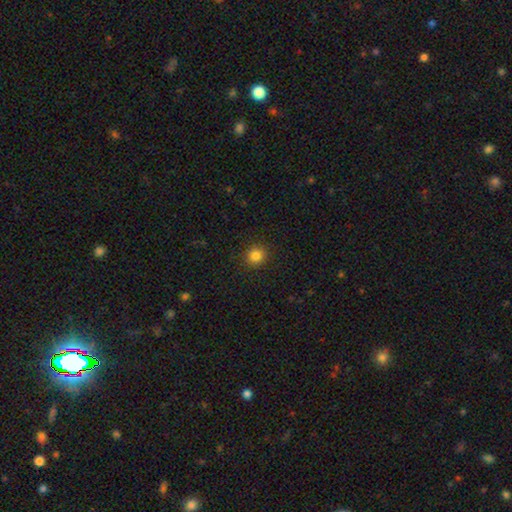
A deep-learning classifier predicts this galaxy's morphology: The model was most divided on "smooth or featured": smooth: 83%, star or artifact: 12%, featured or disk: 5%. More confident: merging — none (92%); how rounded — round (88%).